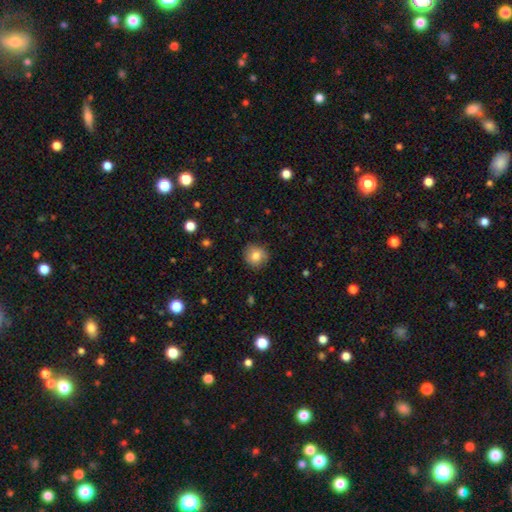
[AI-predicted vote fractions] Overall: smooth (80%). How rounded: round (89%). Merging: none (83%).